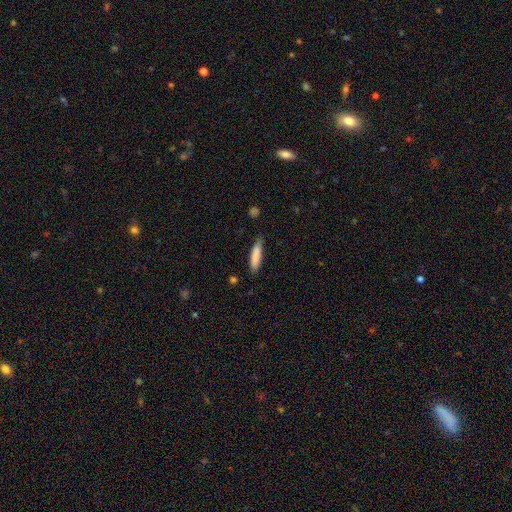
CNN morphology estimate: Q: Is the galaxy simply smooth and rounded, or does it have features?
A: smooth — 84%.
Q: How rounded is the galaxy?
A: cigar-shaped — 79%.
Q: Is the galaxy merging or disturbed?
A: none — 79%.